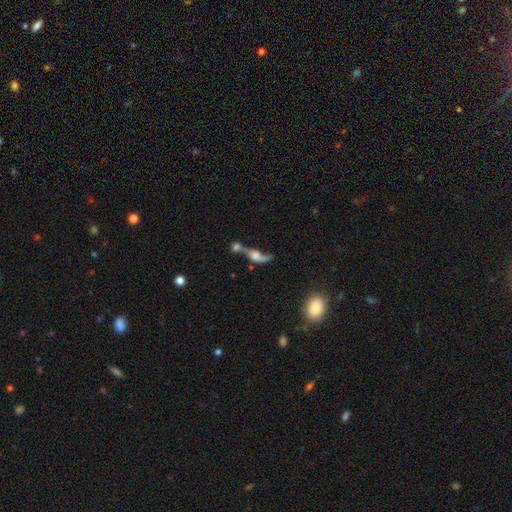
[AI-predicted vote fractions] The model was most divided on "merging": merger: 54%, none: 24%, major disturbance: 12%, minor disturbance: 10%. More confident: edge-on disk — no (71%); smooth or featured — featured or disk (69%).